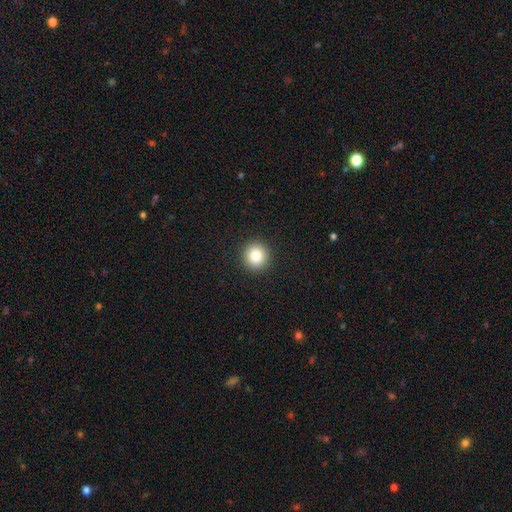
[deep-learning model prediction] Q: Smooth or featured?
A: smooth (83%); runner-up: star or artifact (10%)
Q: How rounded?
A: round (94%); runner-up: in between (5%)
Q: Merging?
A: none (93%); runner-up: minor disturbance (4%)